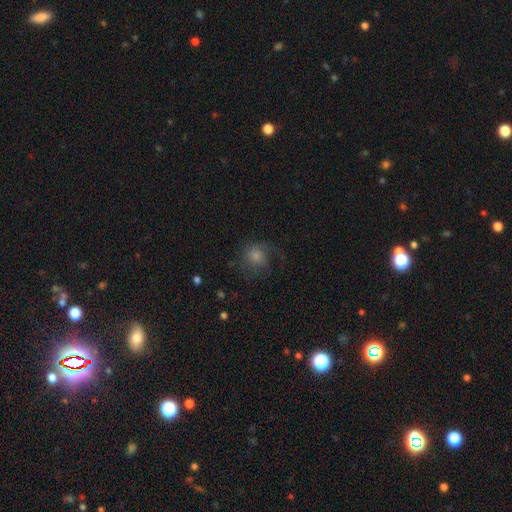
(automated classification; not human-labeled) Q: Smooth or featured?
A: smooth (69%); runner-up: featured or disk (21%)
Q: How rounded?
A: round (83%); runner-up: in between (16%)
Q: Merging?
A: none (53%); runner-up: major disturbance (24%)